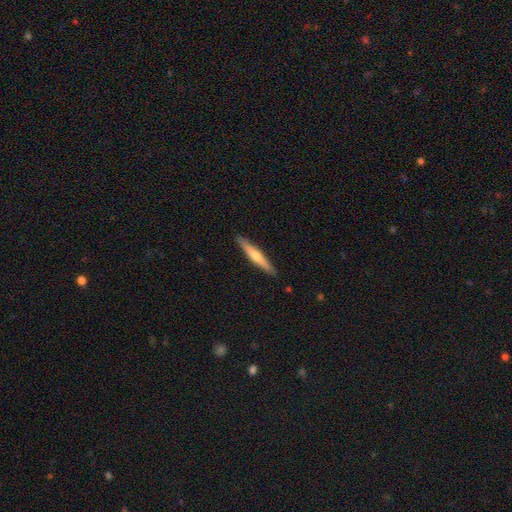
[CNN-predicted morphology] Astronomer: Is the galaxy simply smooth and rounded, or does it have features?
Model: featured or disk — 48% (runner-up: smooth, 47%).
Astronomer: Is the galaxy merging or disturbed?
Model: none — 90%.